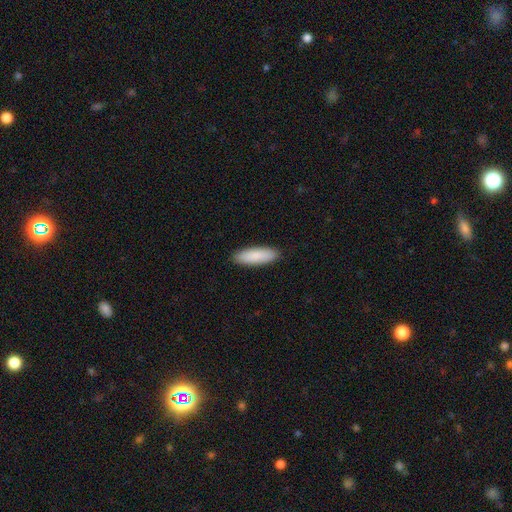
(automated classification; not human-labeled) A smooth galaxy with no disk features (89%) that is in between round and cigar-shaped (52%).

Vote fractions:
- Smooth or featured? smooth: 89% / featured or disk: 6% / star or artifact: 5%
- How rounded? in between: 52% / cigar-shaped: 46% / round: 2%
- Merging? none: 91% / minor disturbance: 7% / major disturbance: 1% / merger: 1%